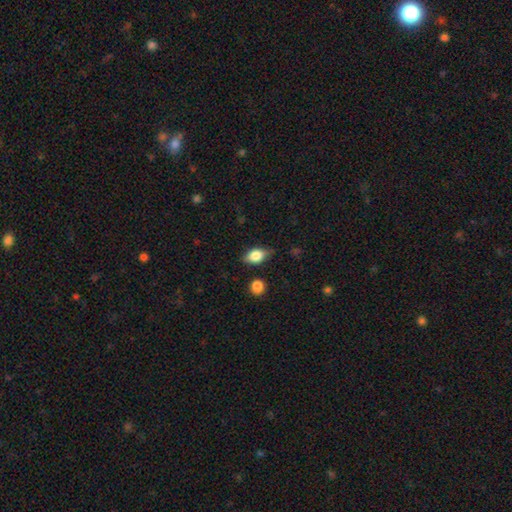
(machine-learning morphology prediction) smooth 77%, featured or disk 15%, star or artifact 8%. Down the decision tree: how rounded — in between (83%); merging — none (77%).